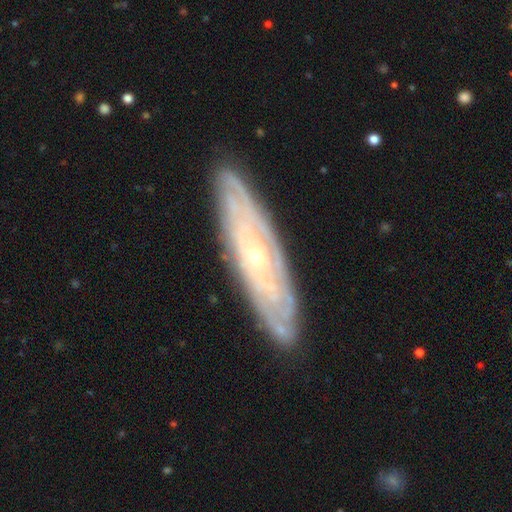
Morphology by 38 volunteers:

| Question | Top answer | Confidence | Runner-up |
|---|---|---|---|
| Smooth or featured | featured or disk | 92% | smooth (8%) |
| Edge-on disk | no | 83% | yes (17%) |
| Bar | no | 72% | strong (14%) |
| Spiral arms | yes | 76% | no (24%) |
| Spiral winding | tight | 73% | medium (14%) |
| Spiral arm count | can't tell | 64% | 2 (23%) |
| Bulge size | small | 79% | moderate (21%) |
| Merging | none | 87% | minor disturbance (11%) |